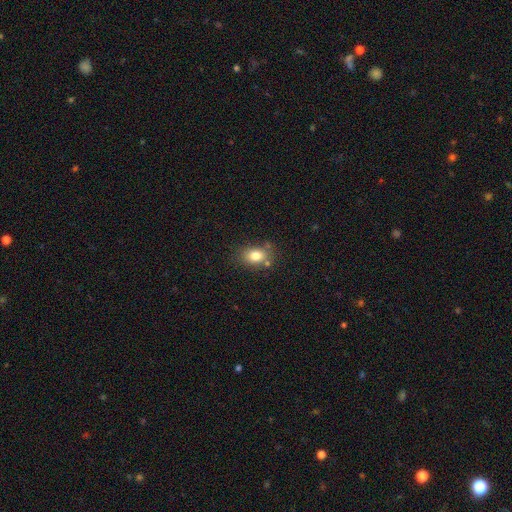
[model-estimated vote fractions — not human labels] Smooth or featured? smooth (81%)
How rounded? in between (72%)
Merging? none (69%)